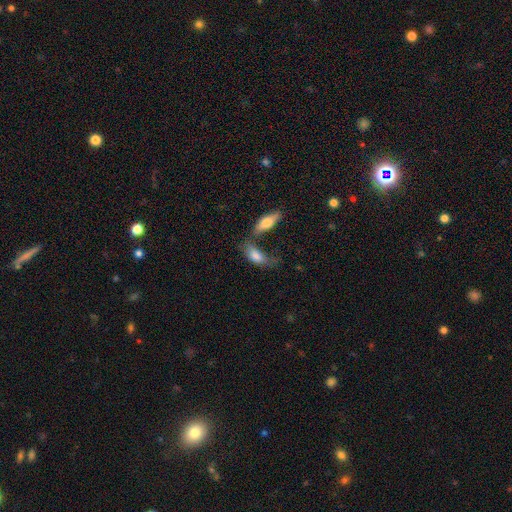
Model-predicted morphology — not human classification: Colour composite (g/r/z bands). It shows a smooth galaxy with no disk features (75%) that is in between round and cigar-shaped (83%). Merging: merger (36%).